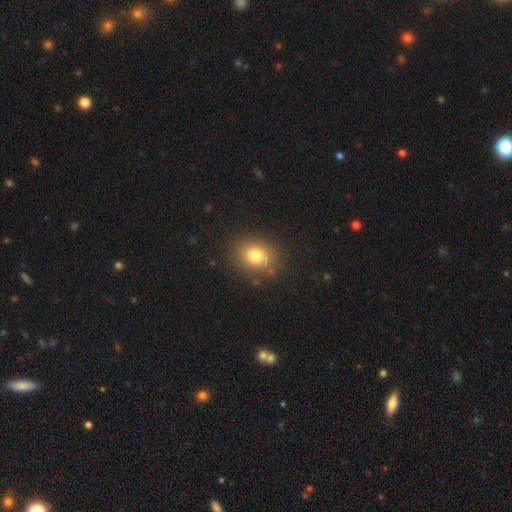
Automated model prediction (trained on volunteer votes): This appears to be a smooth galaxy with no disk features (80%) that is round (61%). Merging: none (85%).